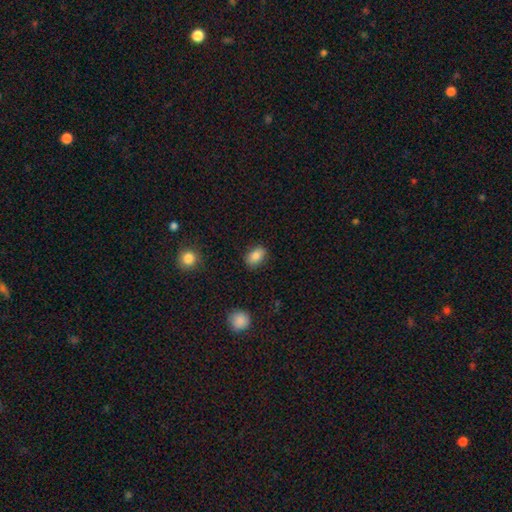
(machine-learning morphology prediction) This is clearly a smooth galaxy (85%). How rounded: clearly in between (82%). Merging: clearly none (84%).